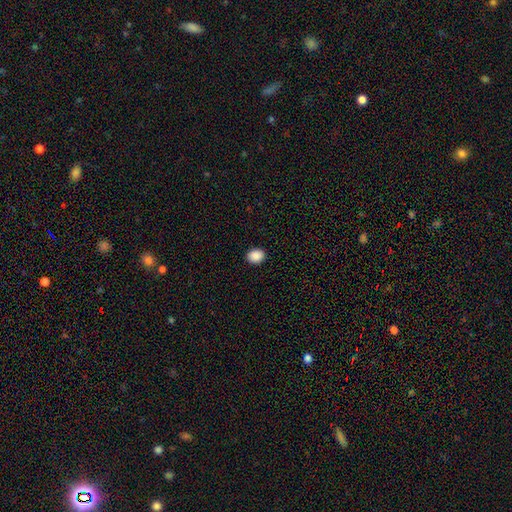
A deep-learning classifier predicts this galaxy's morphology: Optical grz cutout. It shows a smooth galaxy with no disk features (89%) that is round (56%). Merging: none (91%).